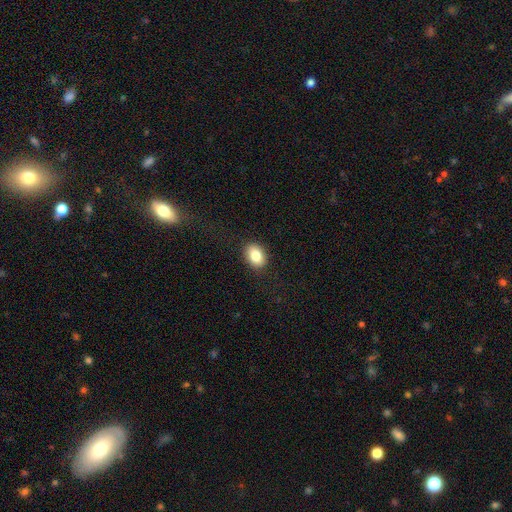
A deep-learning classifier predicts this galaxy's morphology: Smooth or featured? Predicted: smooth (p=0.83). How rounded? Predicted: in between (p=0.73). Merging? Predicted: none (p=0.88).